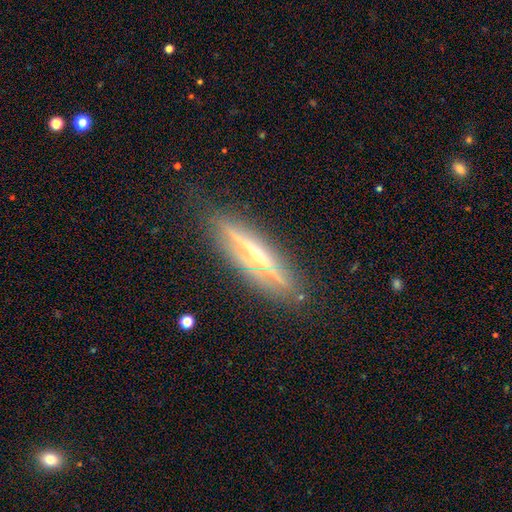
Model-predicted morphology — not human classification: type=featured or disk (74%); edge-on=yes (94%); edge-on bulge=rounded (65%); merging=none (81%).